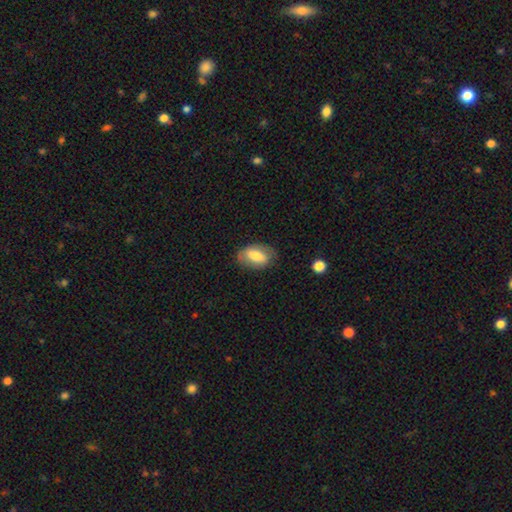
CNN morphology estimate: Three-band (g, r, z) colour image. It shows a smooth galaxy with no disk features (68%) that is in between round and cigar-shaped (90%). Merging: none (72%).